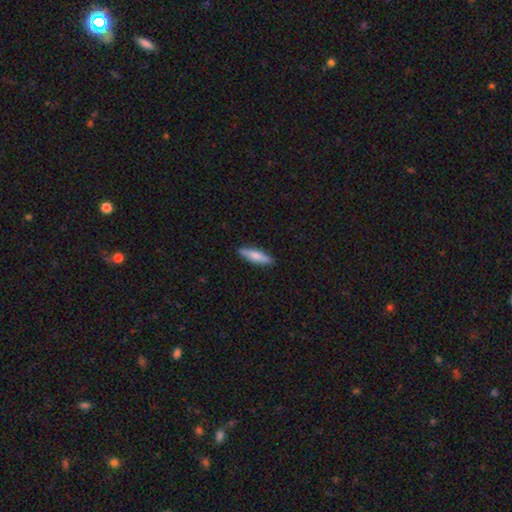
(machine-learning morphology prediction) Smooth or featured: smooth — 73% (featured or disk — 21%)
How rounded: cigar-shaped — 73% (in between — 25%)
Merging: none — 91% (minor disturbance — 7%)